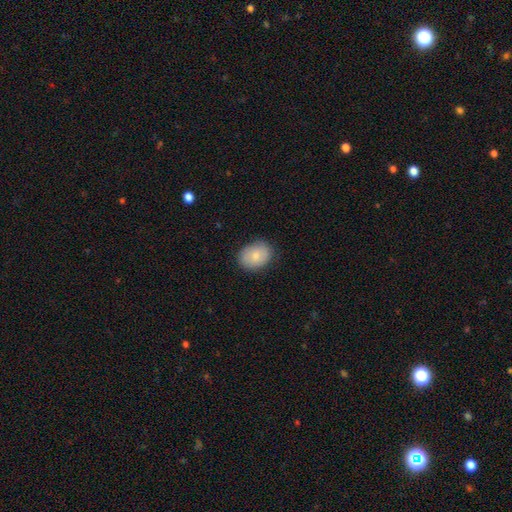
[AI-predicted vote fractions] Q: Smooth or featured?
A: smooth (79%); runner-up: featured or disk (14%)
Q: How rounded?
A: in between (62%); runner-up: round (37%)
Q: Merging?
A: none (82%); runner-up: minor disturbance (14%)